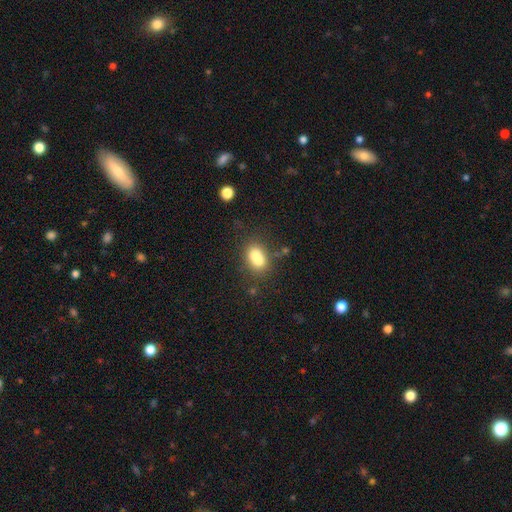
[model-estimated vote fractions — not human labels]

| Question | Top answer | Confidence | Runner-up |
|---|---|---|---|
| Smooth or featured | smooth | 71% | featured or disk (18%) |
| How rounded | in between | 64% | round (34%) |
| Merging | merger | 47% | none (36%) |